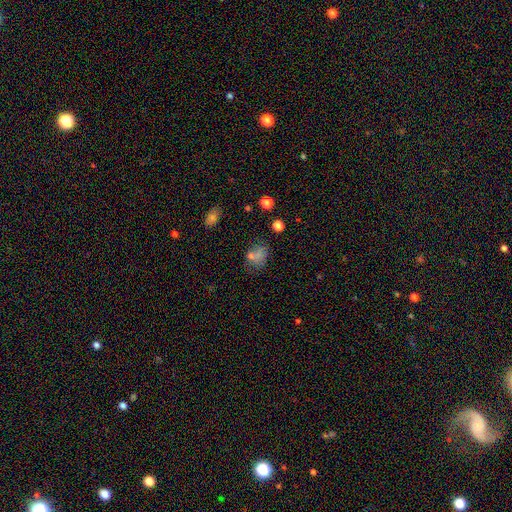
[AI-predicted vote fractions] smooth 70%, star or artifact 17%, featured or disk 13%. Down the decision tree: how rounded — in between (55%); merging — none (52%).